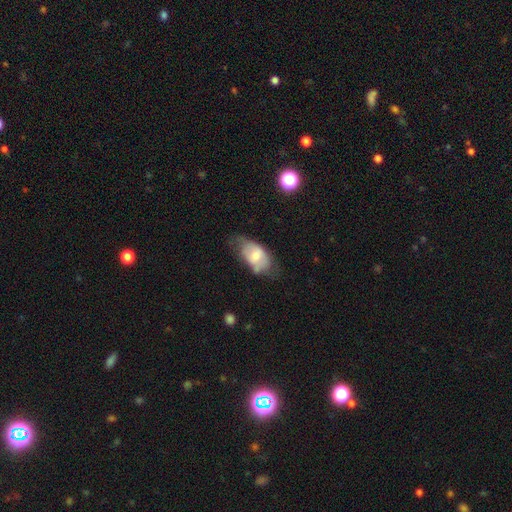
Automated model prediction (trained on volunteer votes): Smooth or featured?
  - smooth: 61% *
  - featured or disk: 32%
  - star or artifact: 7%
How rounded?
  - in between: 92% *
  - round: 6%
  - cigar-shaped: 2%
Merging?
  - none: 38% *
  - minor disturbance: 36%
  - major disturbance: 22%
  - merger: 4%